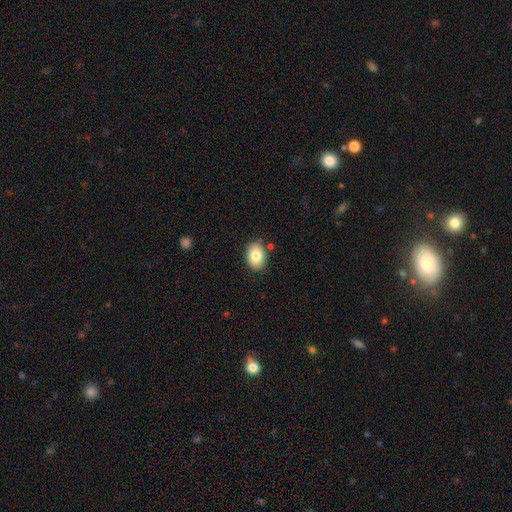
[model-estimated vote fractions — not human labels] smooth 82%, featured or disk 11%, star or artifact 8%. Down the decision tree: how rounded — in between (76%); merging — none (83%).